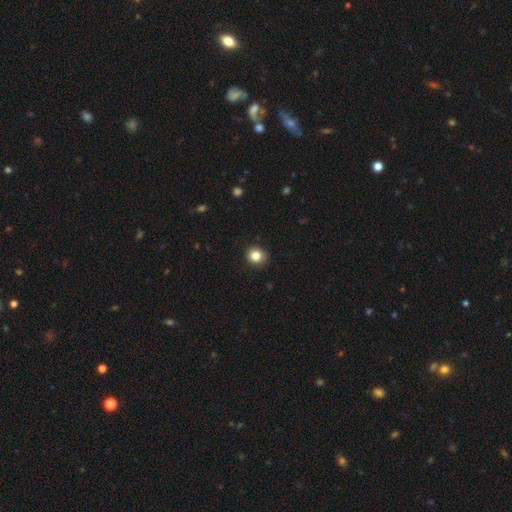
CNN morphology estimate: smooth-or-featured: smooth: 84% | star or artifact: 11% | featured or disk: 5%
  how-rounded: round: 89% | in between: 11% | cigar-shaped: 1%
  merging: none: 90% | minor disturbance: 7% | major disturbance: 2% | merger: 1%